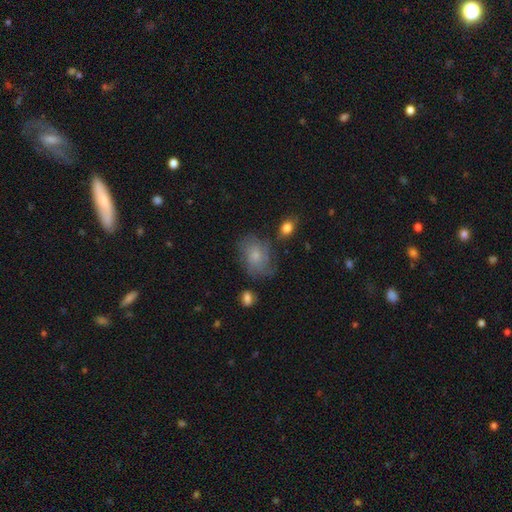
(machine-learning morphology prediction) Smooth or featured?
  - smooth: 57% *
  - featured or disk: 33%
  - star or artifact: 10%
How rounded?
  - in between: 70% *
  - round: 29%
  - cigar-shaped: 1%
Merging?
  - none: 56% *
  - minor disturbance: 27%
  - major disturbance: 12%
  - merger: 4%